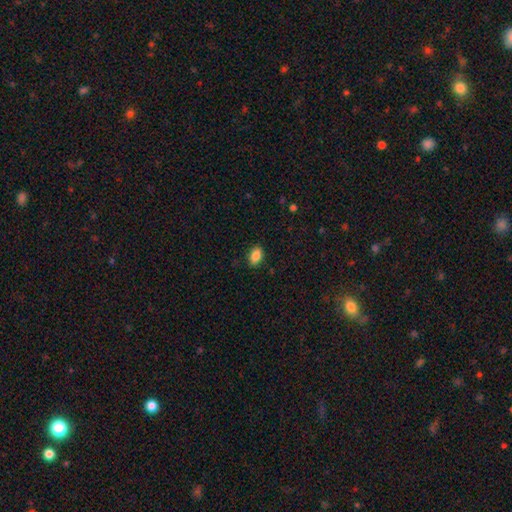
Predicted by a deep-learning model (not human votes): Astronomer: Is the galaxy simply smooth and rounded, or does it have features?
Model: smooth — 87%.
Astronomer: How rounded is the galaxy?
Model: in between — 88%.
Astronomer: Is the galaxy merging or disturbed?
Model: none — 88%.